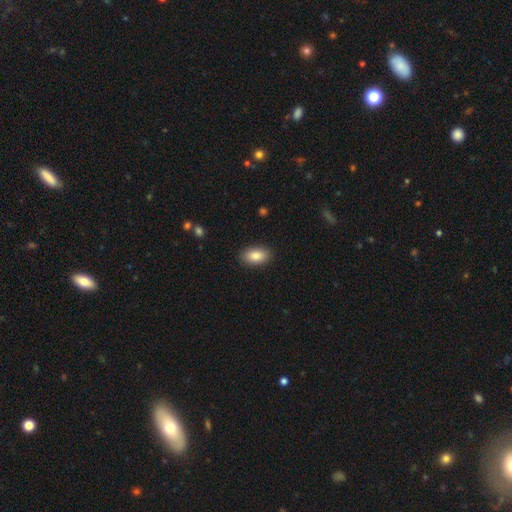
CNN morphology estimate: Overall: smooth (85%). How rounded: in between (92%). Merging: none (89%).